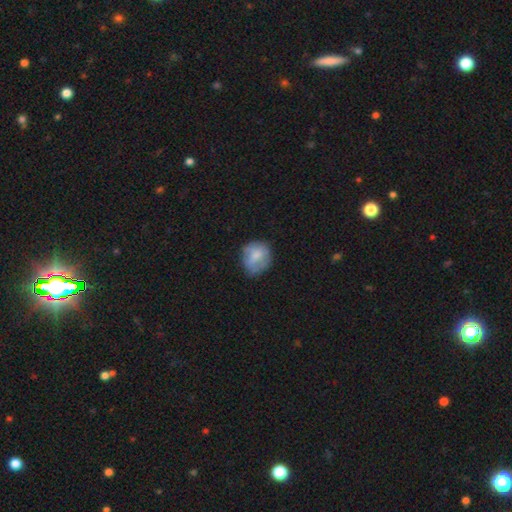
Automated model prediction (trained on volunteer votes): Overall: smooth (67%). How rounded: round (69%; in between 30%). Merging: none (58%; minor disturbance 28%).